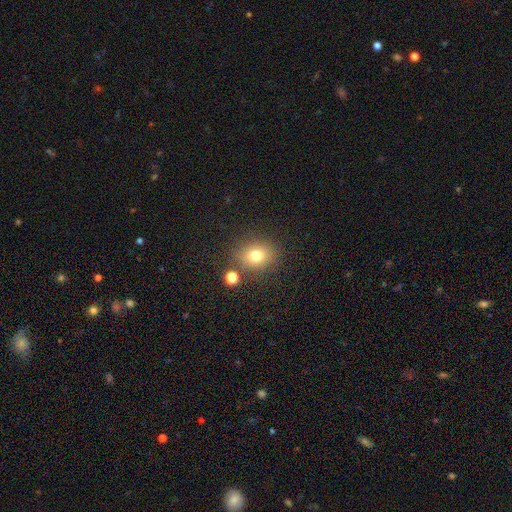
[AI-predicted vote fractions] This appears to be a smooth galaxy with no disk features (75%) that is round (61%). Merging: none (78%).